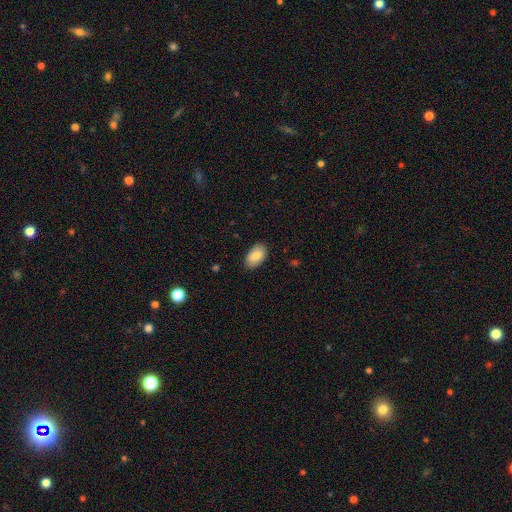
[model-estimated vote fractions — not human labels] Q: Smooth or featured?
A: smooth (85%); runner-up: featured or disk (8%)
Q: How rounded?
A: in between (94%); runner-up: round (5%)
Q: Merging?
A: none (86%); runner-up: minor disturbance (11%)